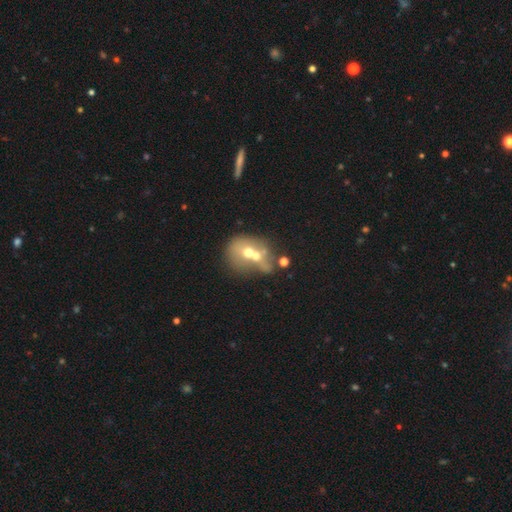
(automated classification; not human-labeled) Q: Smooth or featured?
A: smooth (50%); runner-up: featured or disk (37%)
Q: How rounded?
A: round (66%); runner-up: in between (33%)
Q: Merging?
A: merger (65%); runner-up: none (21%)